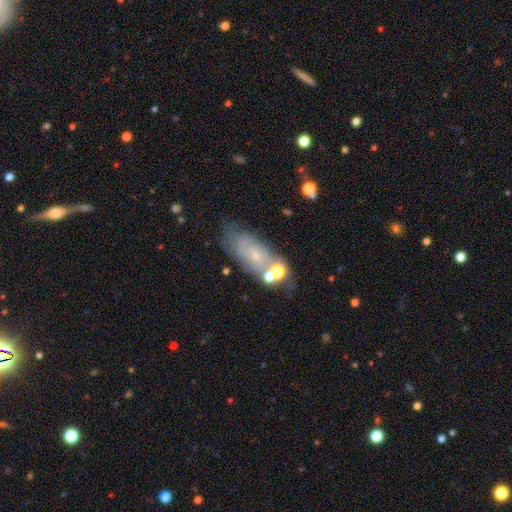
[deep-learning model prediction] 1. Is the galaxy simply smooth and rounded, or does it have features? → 58% featured or disk, 29% smooth, 13% star or artifact.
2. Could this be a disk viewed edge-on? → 89% no, 11% yes.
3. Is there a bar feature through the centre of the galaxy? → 81% no, 15% weak, 3% strong.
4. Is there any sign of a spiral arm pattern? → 72% yes, 28% no.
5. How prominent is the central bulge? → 79% small, 13% moderate, 6% none, 1% large, 1% dominant.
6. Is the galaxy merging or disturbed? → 56% none, 23% minor disturbance, 11% merger, 10% major disturbance.